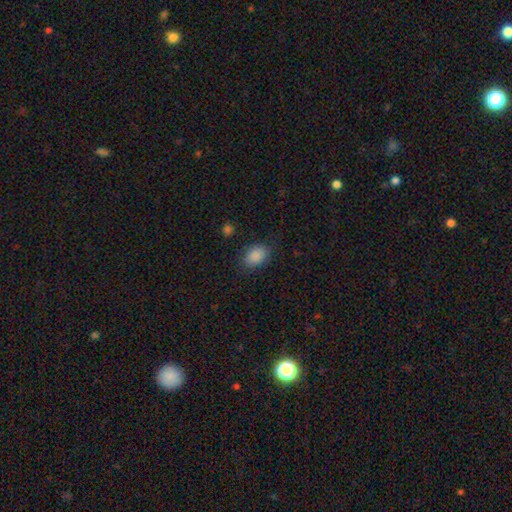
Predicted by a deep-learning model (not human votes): This appears to be a smooth galaxy with no disk features (88%) that is in between round and cigar-shaped (84%). Merging: none (82%).